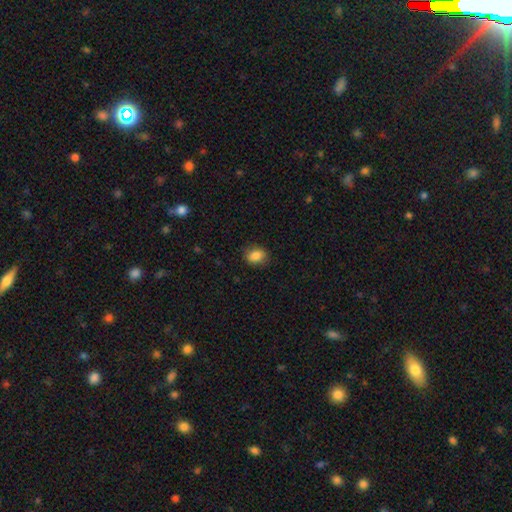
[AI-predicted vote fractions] This appears to be a smooth galaxy with no disk features (86%) that is in between round and cigar-shaped (60%). Merging: none (84%).